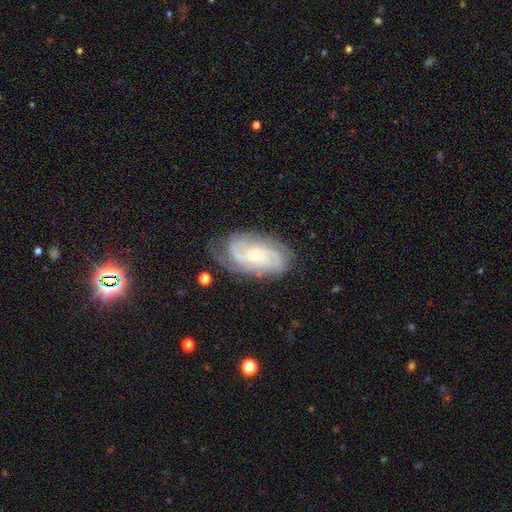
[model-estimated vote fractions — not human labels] A featured or disk galaxy (86%) with no bar (67%), 3 (26%) tight (56%) spiral arms (97%) and a small central bulge (72%). Merging: none (73%).